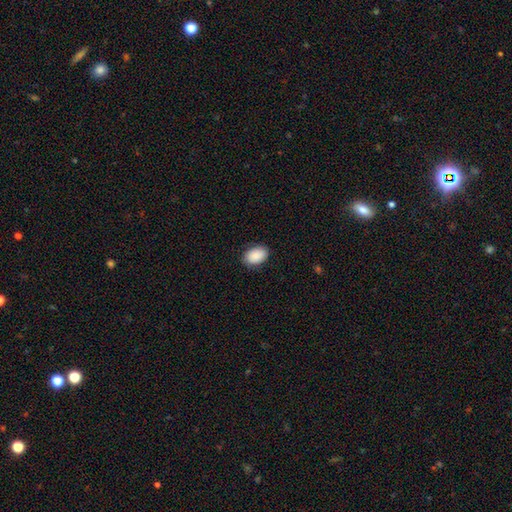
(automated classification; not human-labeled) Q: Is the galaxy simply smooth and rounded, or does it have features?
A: smooth — 90%.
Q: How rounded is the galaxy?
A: in between — 88%.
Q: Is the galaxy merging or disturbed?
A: none — 86%.